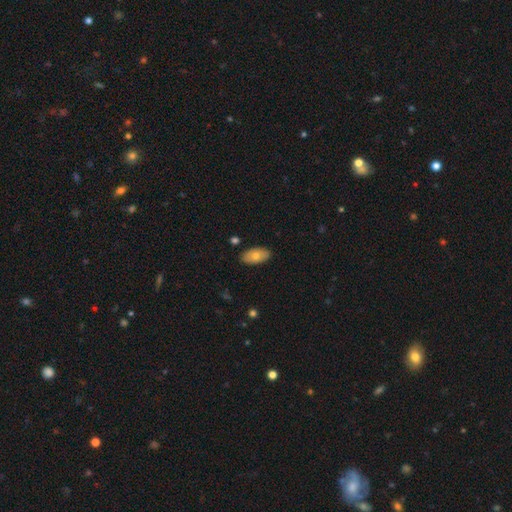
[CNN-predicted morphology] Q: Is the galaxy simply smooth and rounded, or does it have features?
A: smooth — 70%.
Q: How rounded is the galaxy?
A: in between — 94%.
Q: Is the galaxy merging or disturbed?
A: none — 87%.